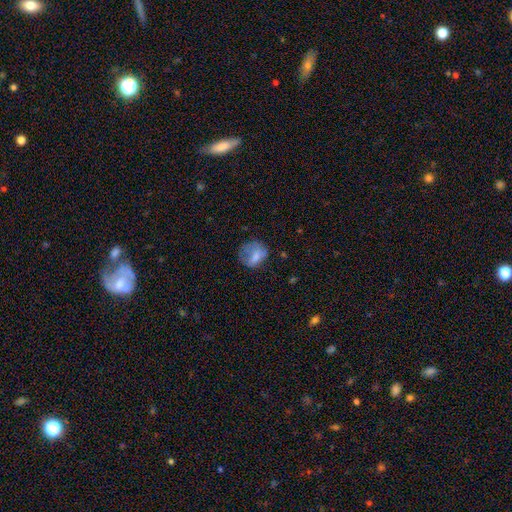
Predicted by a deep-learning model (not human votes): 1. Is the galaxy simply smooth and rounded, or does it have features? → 67% smooth, 22% featured or disk, 11% star or artifact.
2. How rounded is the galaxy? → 56% round, 42% in between, 1% cigar-shaped.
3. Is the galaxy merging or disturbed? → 44% none, 28% minor disturbance, 26% major disturbance, 2% merger.